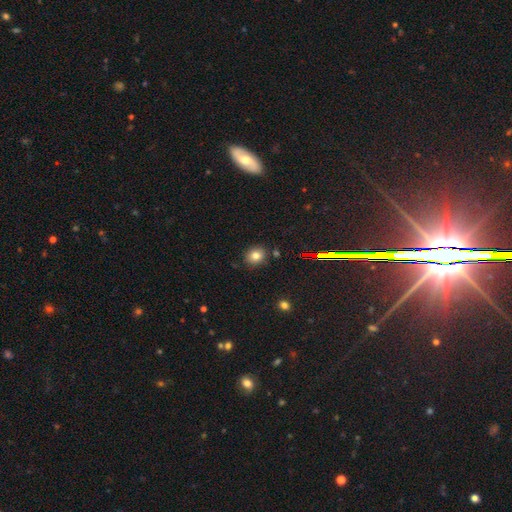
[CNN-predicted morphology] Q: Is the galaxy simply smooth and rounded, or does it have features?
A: smooth — 79%.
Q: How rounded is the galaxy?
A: round — 70%.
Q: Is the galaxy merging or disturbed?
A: none — 84%.